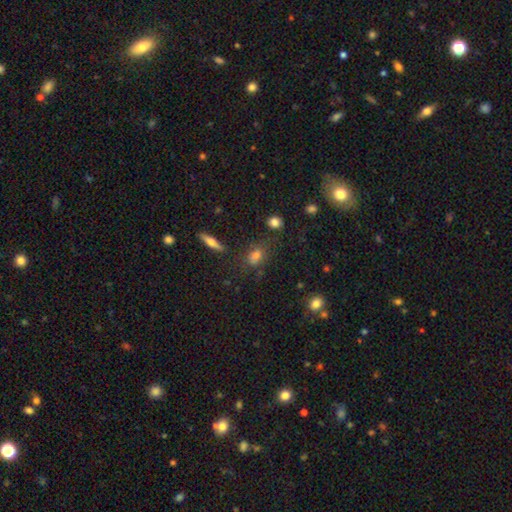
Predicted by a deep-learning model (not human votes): Overall: smooth (71%). How rounded: in between (69%). Merging: none (67%).